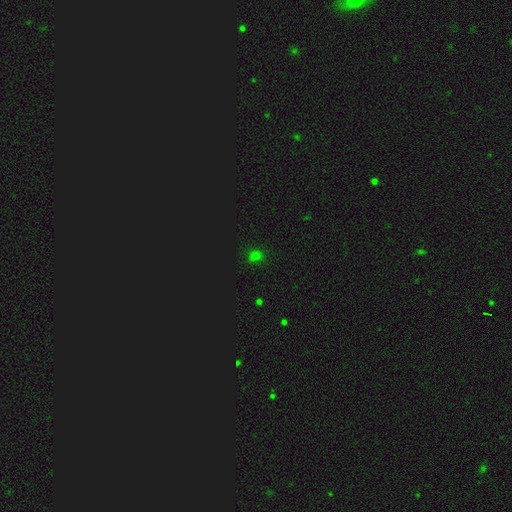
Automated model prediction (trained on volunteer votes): This is likely a smooth galaxy (60%). How rounded: likely round (79%). Merging: clearly none (84%).